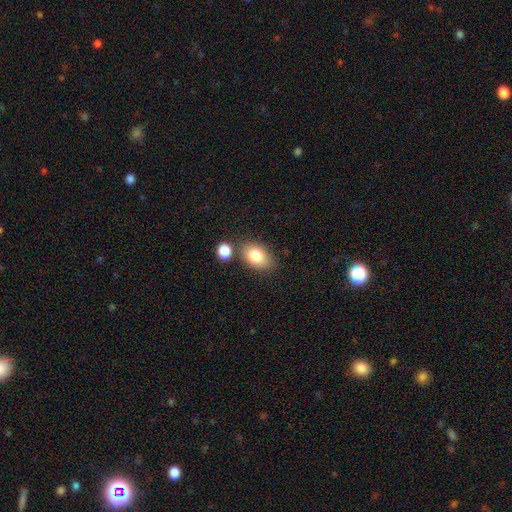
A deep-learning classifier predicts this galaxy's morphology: Overall: smooth (81%). How rounded: in between (82%). Merging: none (72%).